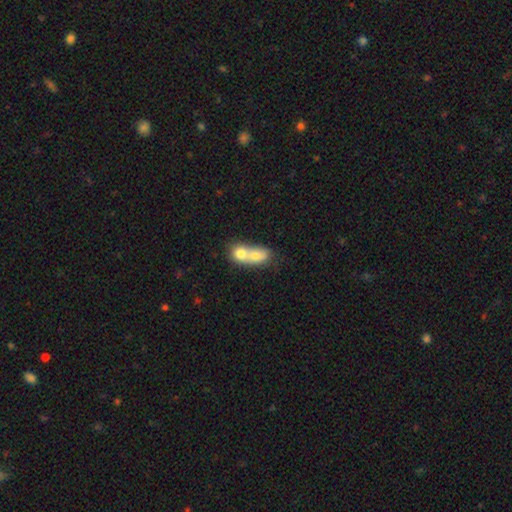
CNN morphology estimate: Smooth or featured? smooth (68%)
How rounded? in between (58%)
Merging? merger (79%)